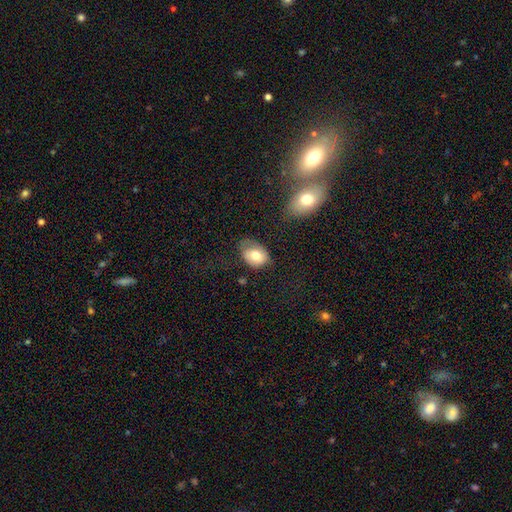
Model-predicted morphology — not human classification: smooth 72%, featured or disk 20%, star or artifact 8%. Down the decision tree: how rounded — in between (77%); merging — none (47%).